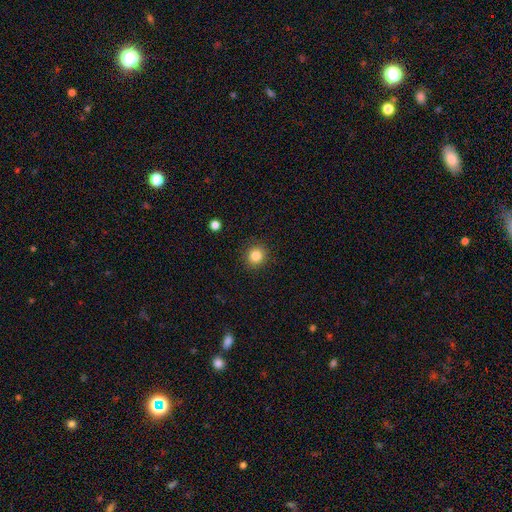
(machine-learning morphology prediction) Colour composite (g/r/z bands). It shows a smooth galaxy with no disk features (84%) that is round (90%). Merging: none (90%).